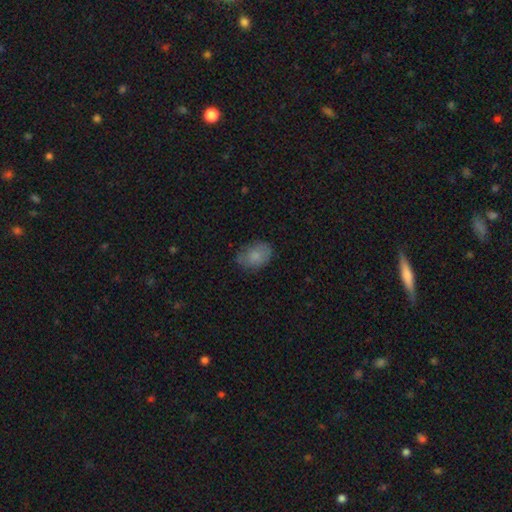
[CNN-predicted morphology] smooth-or-featured: smooth: 80% | featured or disk: 12% | star or artifact: 8%
  how-rounded: in between: 77% | round: 22% | cigar-shaped: 1%
  merging: none: 69% | minor disturbance: 24% | major disturbance: 6% | merger: 1%